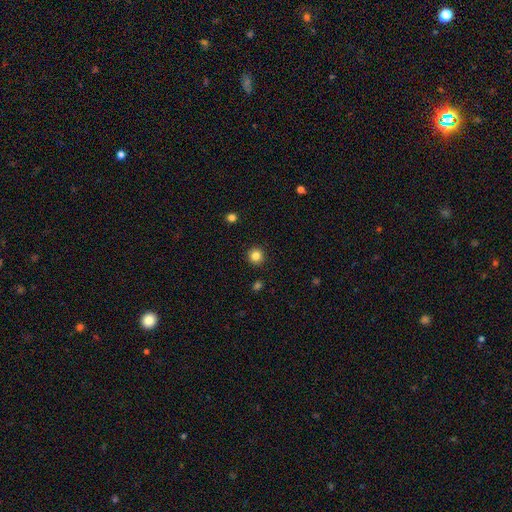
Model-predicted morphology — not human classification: A smooth galaxy with no disk features (84%) that is round (95%).

Vote fractions:
- Smooth or featured? smooth: 84% / star or artifact: 12% / featured or disk: 4%
- How rounded? round: 95% / in between: 4% / cigar-shaped: 1%
- Merging? none: 92% / minor disturbance: 5% / major disturbance: 2% / merger: 1%